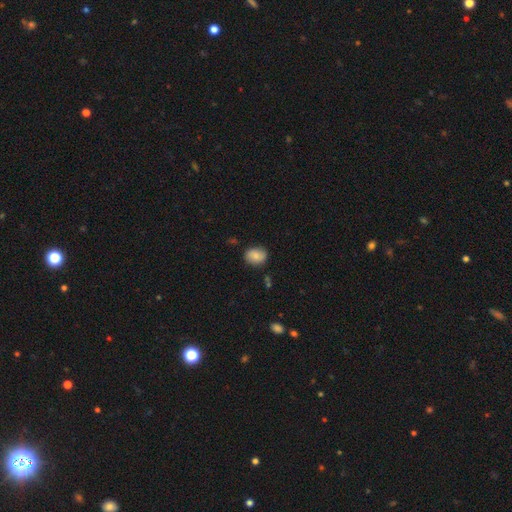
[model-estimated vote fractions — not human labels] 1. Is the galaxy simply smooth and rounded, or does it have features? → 80% smooth, 11% featured or disk, 8% star or artifact.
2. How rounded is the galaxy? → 55% in between, 44% round, 1% cigar-shaped.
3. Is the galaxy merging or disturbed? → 80% none, 15% minor disturbance, 3% major disturbance, 2% merger.